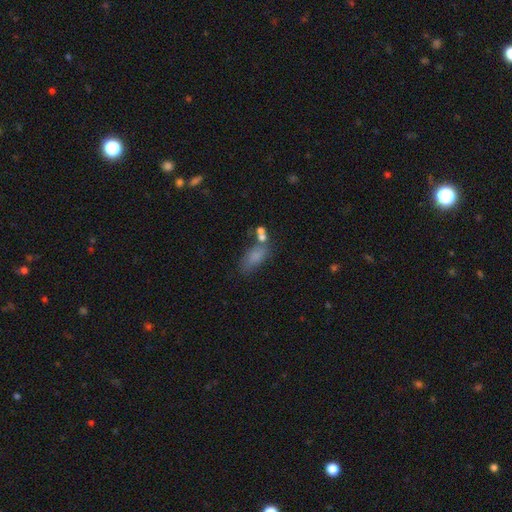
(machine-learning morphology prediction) Overall: smooth (76%). How rounded: in between (83%). Merging: none (49%; minor disturbance 20%).